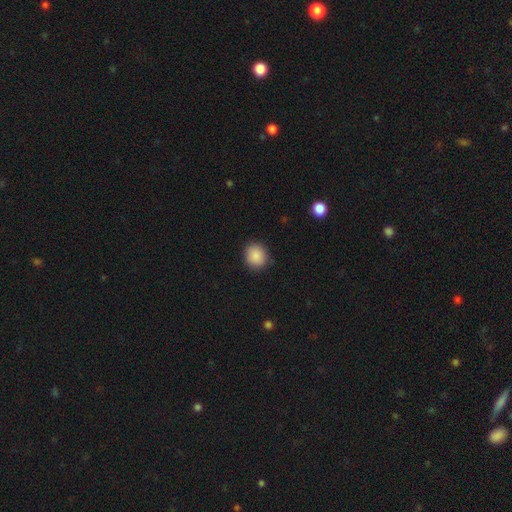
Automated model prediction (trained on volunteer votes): Smooth or featured? Predicted: smooth (p=0.89). How rounded? Predicted: round (p=0.78). Merging? Predicted: none (p=0.87).